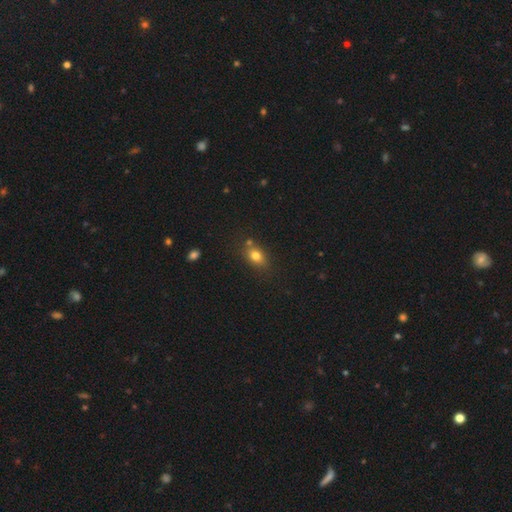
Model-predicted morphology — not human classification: smooth 77%, star or artifact 12%, featured or disk 11%. Down the decision tree: how rounded — in between (68%); merging — none (71%).